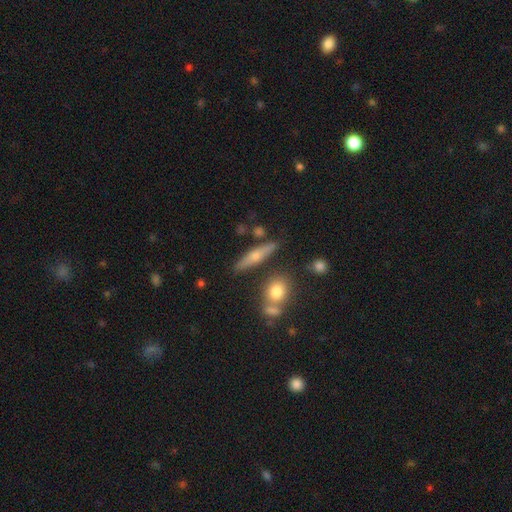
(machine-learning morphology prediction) smooth-or-featured: featured or disk: 51% | smooth: 40% | star or artifact: 9%
  disk-edge-on: yes: 90% | no: 10%
  merging: none: 79% | minor disturbance: 11% | merger: 7% | major disturbance: 3%